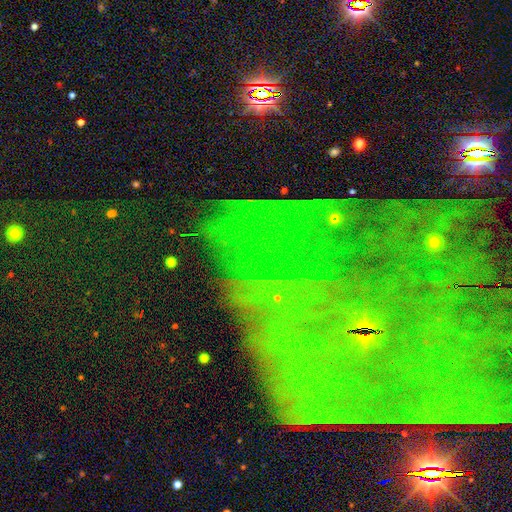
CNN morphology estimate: This is likely a star or artifact rather than a galaxy (72%).